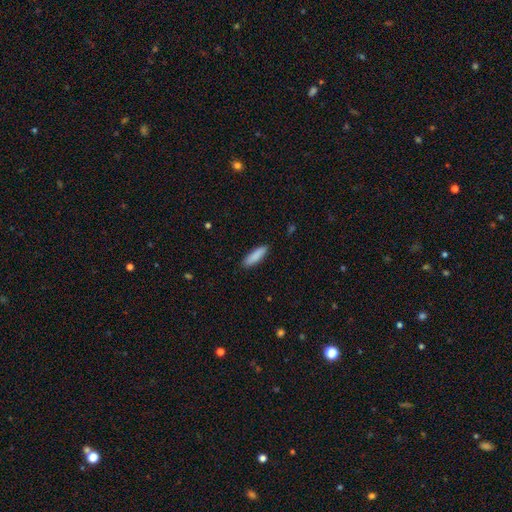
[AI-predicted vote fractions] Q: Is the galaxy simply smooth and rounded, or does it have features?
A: smooth — 88%.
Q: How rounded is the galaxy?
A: cigar-shaped — 62%.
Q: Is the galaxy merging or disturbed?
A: none — 88%.